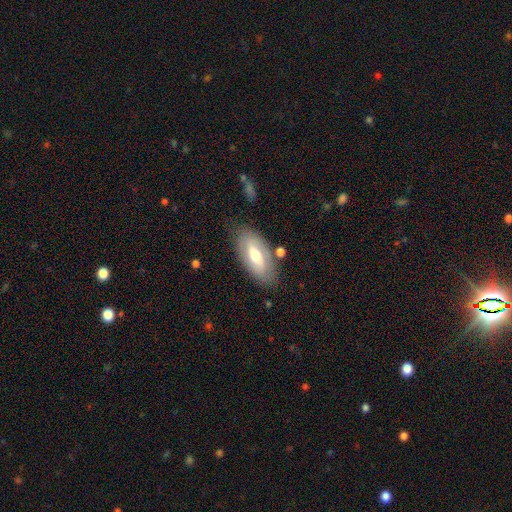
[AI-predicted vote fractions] Smooth or featured? Predicted: smooth (p=0.47). Merging? Predicted: none (p=0.78).